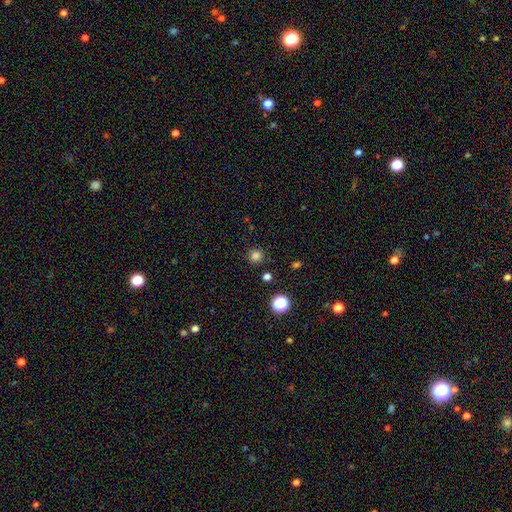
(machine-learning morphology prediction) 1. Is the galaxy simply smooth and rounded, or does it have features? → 81% smooth, 15% star or artifact, 4% featured or disk.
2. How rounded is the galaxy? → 95% round, 4% in between, 1% cigar-shaped.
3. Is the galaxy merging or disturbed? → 89% none, 6% minor disturbance, 2% major disturbance, 2% merger.